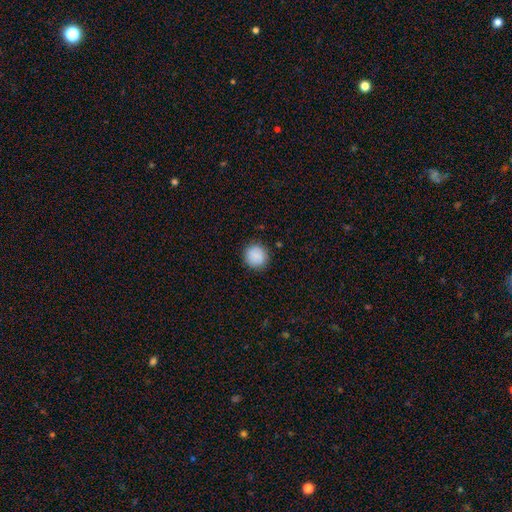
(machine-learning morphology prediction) Smooth or featured? Predicted: smooth (p=0.88). How rounded? Predicted: round (p=0.93). Merging? Predicted: none (p=0.90).